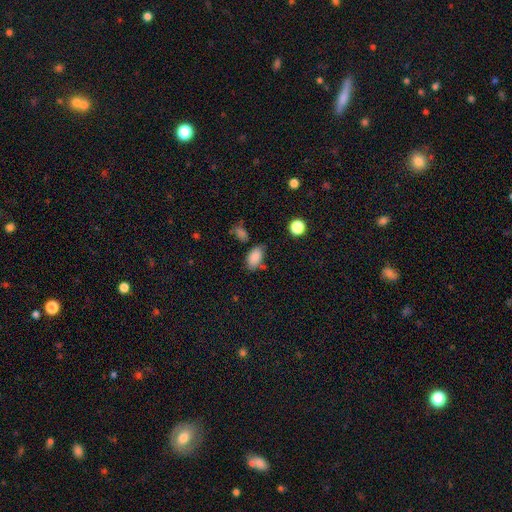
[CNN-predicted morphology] Smooth or featured? Predicted: smooth (p=0.85). How rounded? Predicted: in between (p=0.91). Merging? Predicted: none (p=0.65).